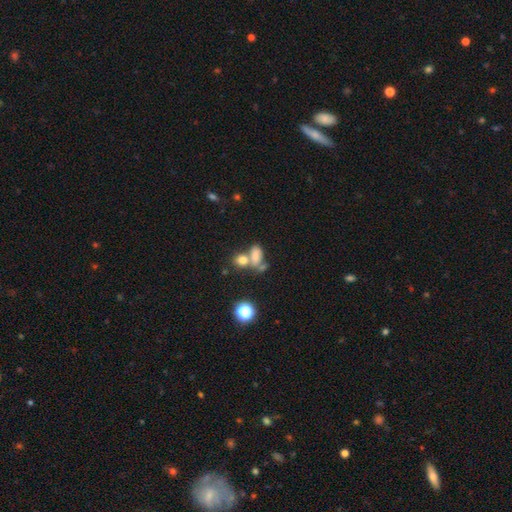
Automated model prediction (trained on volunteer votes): The model was most divided on "merging": merger: 46%, none: 33%, minor disturbance: 12%, major disturbance: 9%. More confident: how rounded — in between (78%); smooth or featured — smooth (73%).